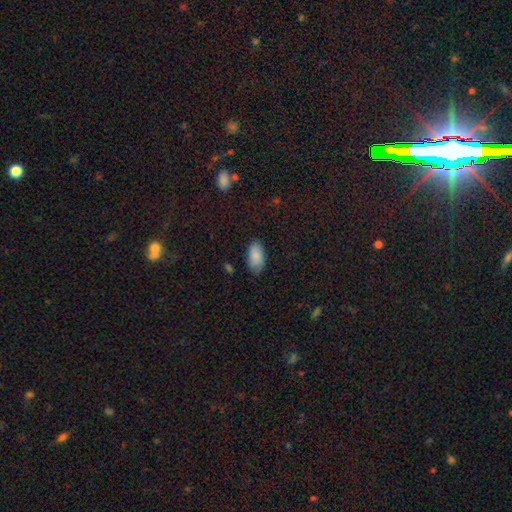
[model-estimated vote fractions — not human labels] smooth-or-featured: smooth: 87% | star or artifact: 7% | featured or disk: 7%
  how-rounded: in between: 94% | round: 3% | cigar-shaped: 3%
  merging: none: 80% | minor disturbance: 15% | major disturbance: 3% | merger: 1%